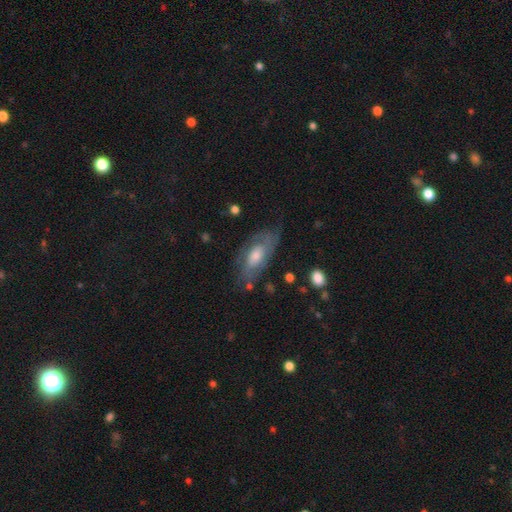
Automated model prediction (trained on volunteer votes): A featured or disk galaxy (65%) with no bar (67%), spiral arms (79%) and a moderate central bulge (57%). Merging: none (66%).